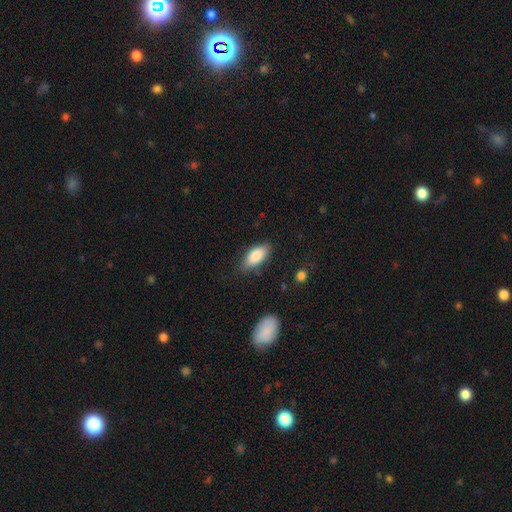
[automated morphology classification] Q: Smooth or featured?
A: smooth (82%); runner-up: featured or disk (11%)
Q: How rounded?
A: in between (86%); runner-up: cigar-shaped (11%)
Q: Merging?
A: none (80%); runner-up: minor disturbance (15%)